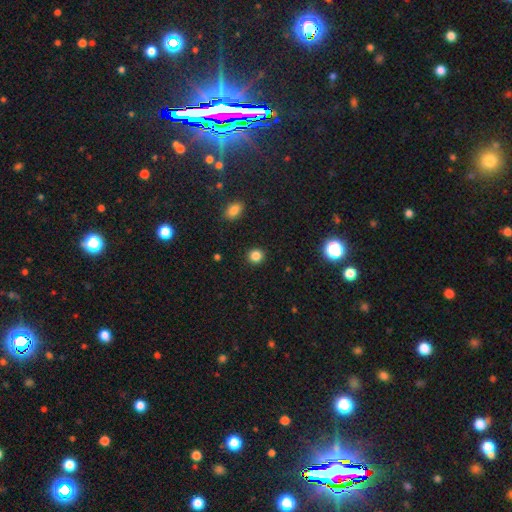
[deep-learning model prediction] The model was most divided on "smooth or featured": smooth: 84%, star or artifact: 12%, featured or disk: 4%. More confident: merging — none (92%); how rounded — round (90%).